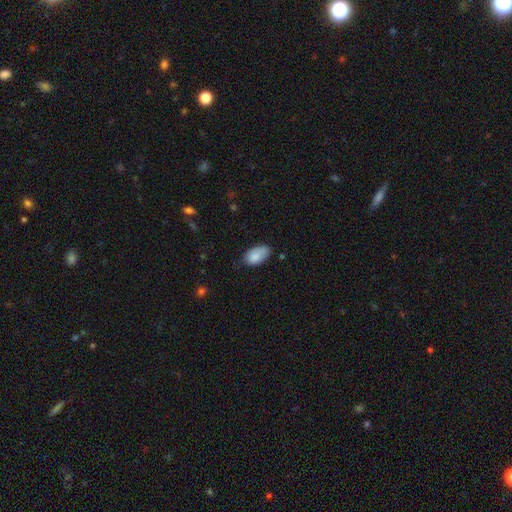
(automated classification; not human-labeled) Overall: smooth (83%). How rounded: in between (94%). Merging: none (59%; minor disturbance 32%).